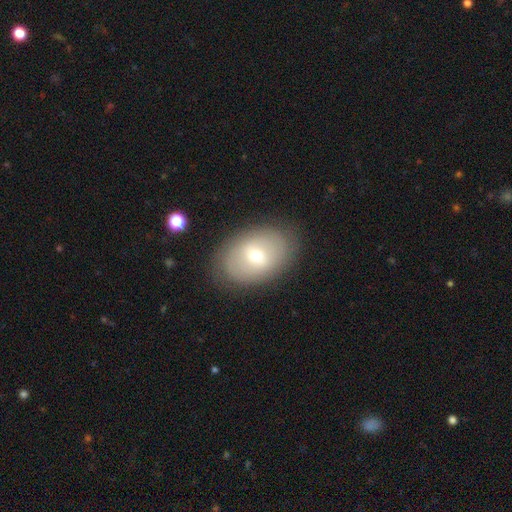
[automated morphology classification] A smooth galaxy with no disk features (54%) that is in between round and cigar-shaped (81%). Merging: none (82%).